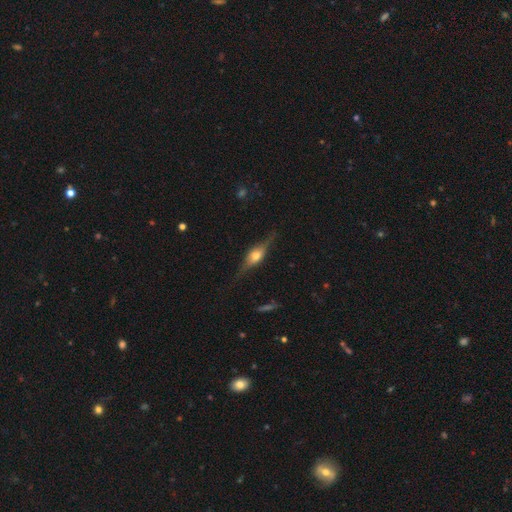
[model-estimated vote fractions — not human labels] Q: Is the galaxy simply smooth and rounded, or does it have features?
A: featured or disk — 69%.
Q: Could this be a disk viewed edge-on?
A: yes — 94%.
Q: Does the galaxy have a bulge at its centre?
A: rounded — 89%.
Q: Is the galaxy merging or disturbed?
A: none — 79%.